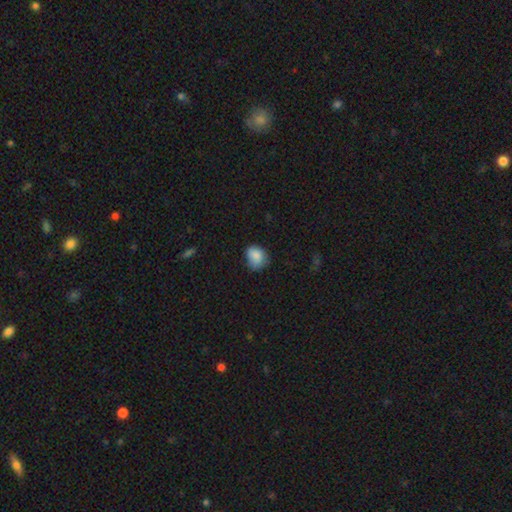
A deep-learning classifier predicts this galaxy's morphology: This is clearly a smooth galaxy (84%). How rounded: possibly round (53%). Merging: possibly none (55%).